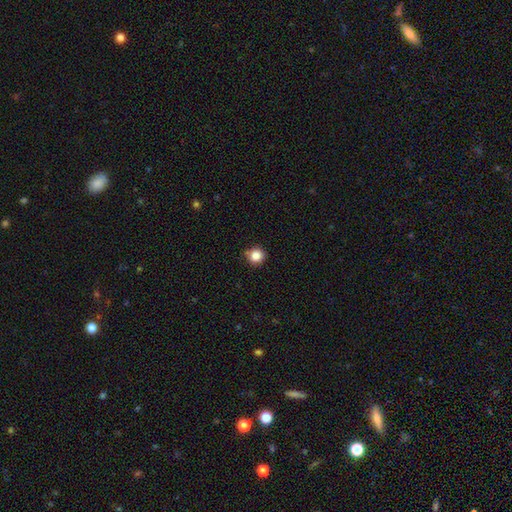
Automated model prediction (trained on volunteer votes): A smooth galaxy with no disk features (84%) that is round (92%). Merging: none (83%).